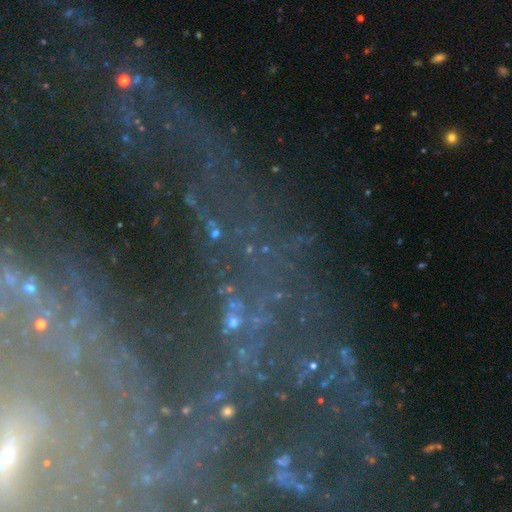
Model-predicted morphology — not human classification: Overall: featured or disk (48%; star or artifact 39%). Merging: none (65%).